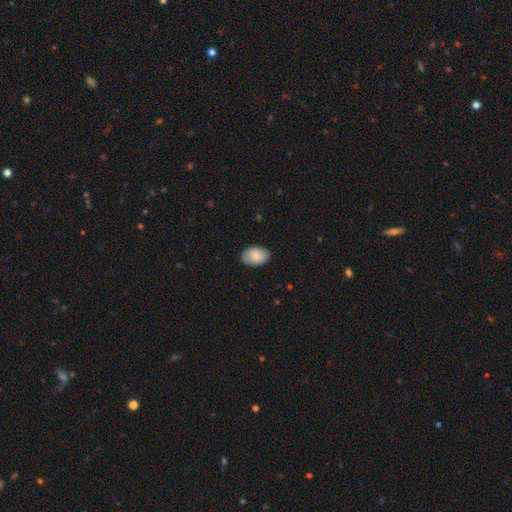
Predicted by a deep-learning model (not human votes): This is clearly a smooth galaxy (82%). How rounded: clearly in between (87%). Merging: clearly none (85%).